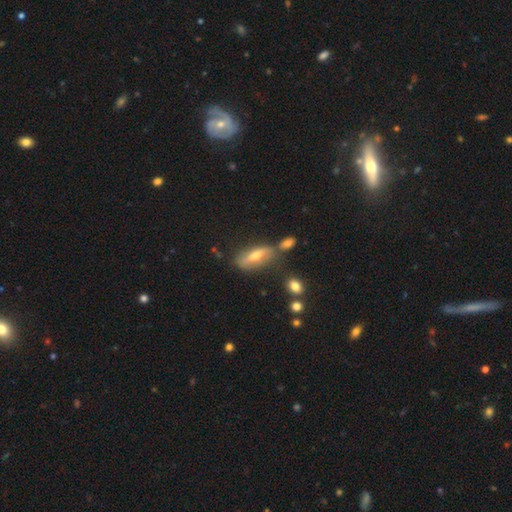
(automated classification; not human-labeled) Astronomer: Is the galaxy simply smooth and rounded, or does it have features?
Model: featured or disk — 47% (runner-up: smooth, 43%).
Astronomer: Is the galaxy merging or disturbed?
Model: none — 61%.